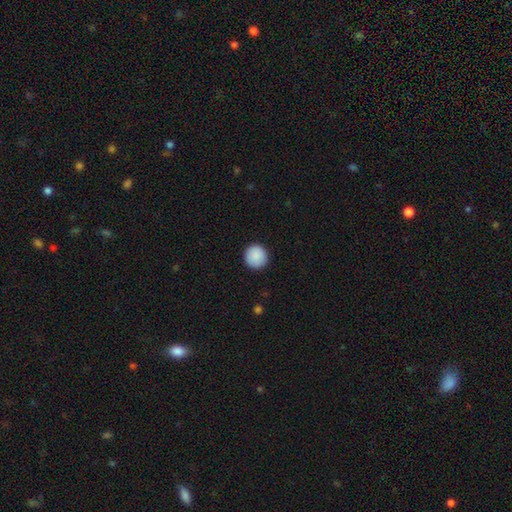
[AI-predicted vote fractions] Smooth or featured? smooth (90%)
How rounded? round (95%)
Merging? none (92%)